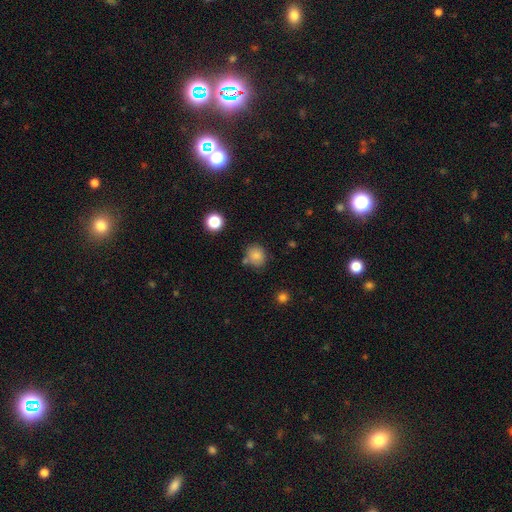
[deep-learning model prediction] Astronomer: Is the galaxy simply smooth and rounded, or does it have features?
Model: smooth — 82%.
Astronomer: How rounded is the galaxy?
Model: round — 83%.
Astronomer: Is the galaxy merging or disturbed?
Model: none — 72%.